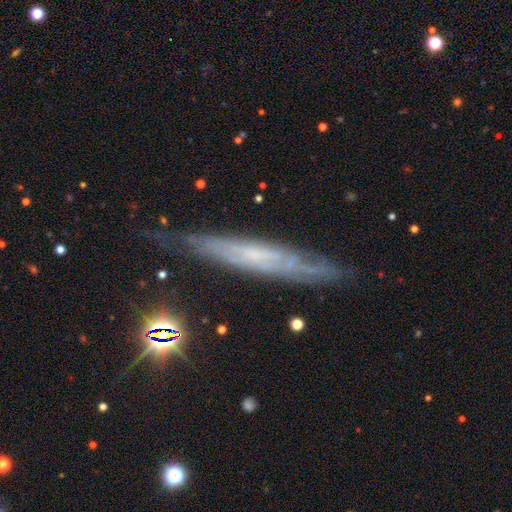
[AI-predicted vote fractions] The model was most divided on "edge-on disk": yes: 69%, no: 31%. More confident: merging — none (76%); smooth or featured — featured or disk (67%).